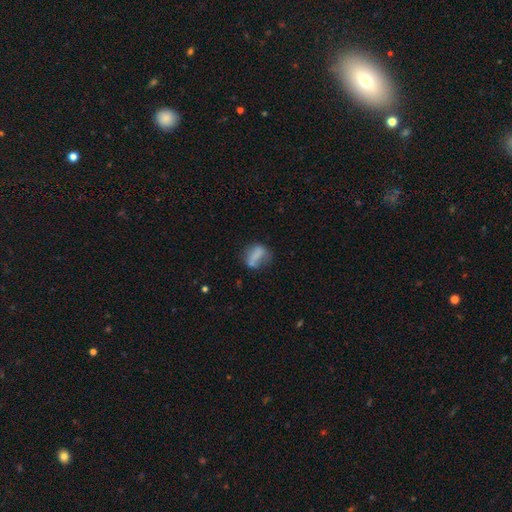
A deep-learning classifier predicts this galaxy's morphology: Overall: smooth (68%). How rounded: in between (64%; round 28%). Merging: none (43%; minor disturbance 26%).